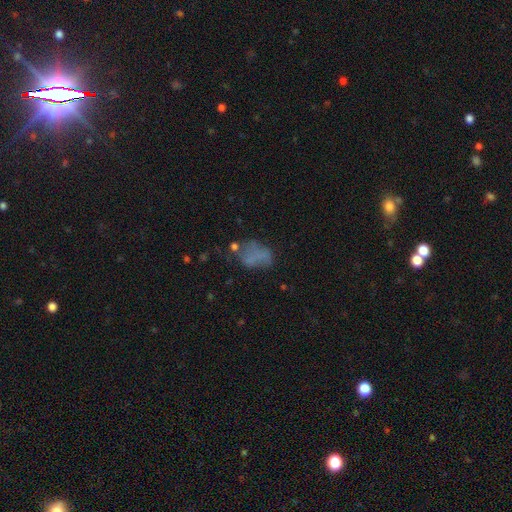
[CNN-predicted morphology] Smooth or featured? Predicted: smooth (p=0.57). How rounded? Predicted: in between (p=0.81). Merging? Predicted: none (p=0.38).